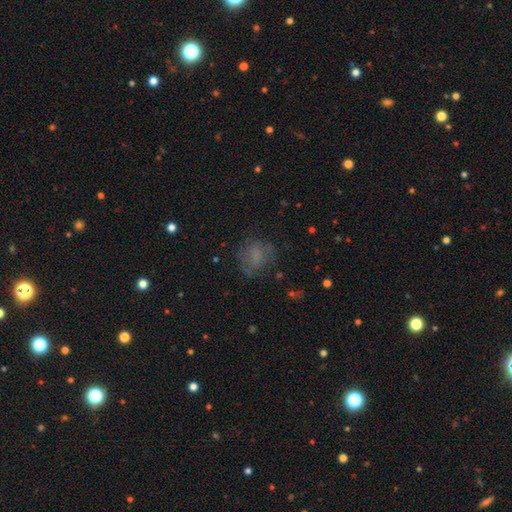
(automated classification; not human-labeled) Smooth or featured?
  - smooth: 61% *
  - featured or disk: 22%
  - star or artifact: 17%
How rounded?
  - round: 57% *
  - in between: 41%
  - cigar-shaped: 2%
Merging?
  - none: 64% *
  - minor disturbance: 19%
  - major disturbance: 15%
  - merger: 2%